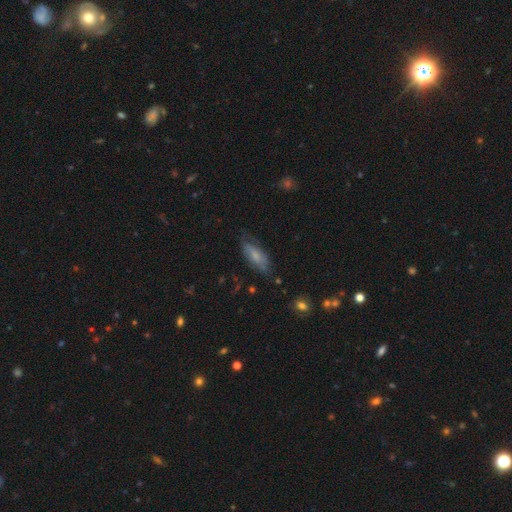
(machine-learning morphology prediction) Smooth or featured: smooth — 62% (featured or disk — 31%)
How rounded: in between — 70% (cigar-shaped — 28%)
Merging: none — 65% (minor disturbance — 25%)